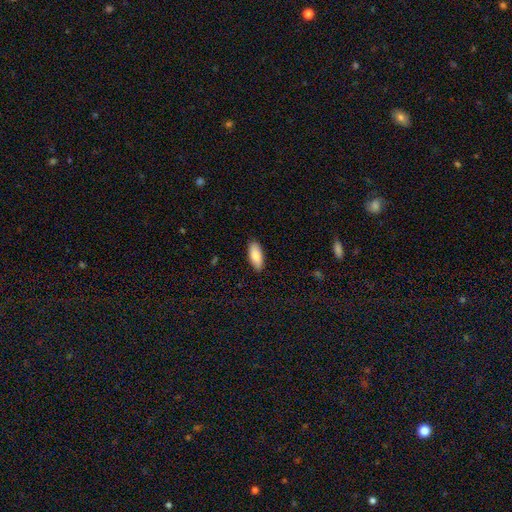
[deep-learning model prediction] This appears to be a smooth galaxy with no disk features (84%) that is in between round and cigar-shaped (84%). Merging: none (88%).